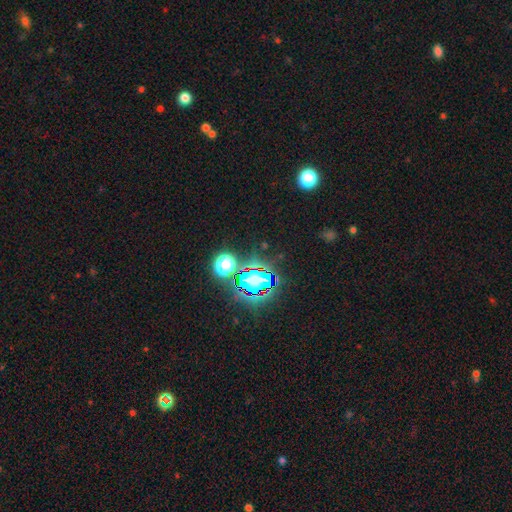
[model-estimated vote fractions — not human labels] A star or artifact, not a galaxy (77%).

Vote fractions:
- Smooth or featured? star or artifact: 77% / smooth: 15% / featured or disk: 8%